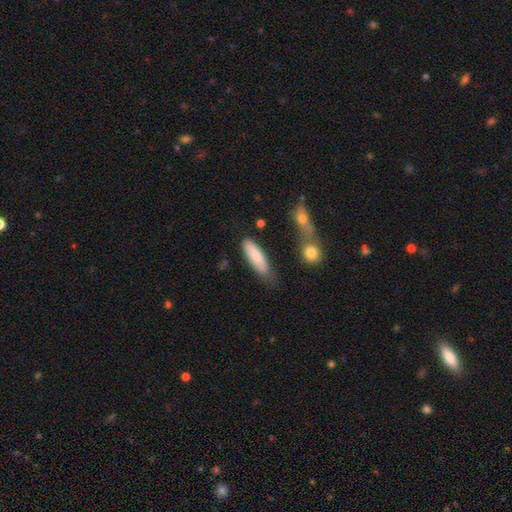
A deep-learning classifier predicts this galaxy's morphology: Smooth or featured? Predicted: smooth (p=0.81). How rounded? Predicted: cigar-shaped (p=0.54). Merging? Predicted: none (p=0.65).